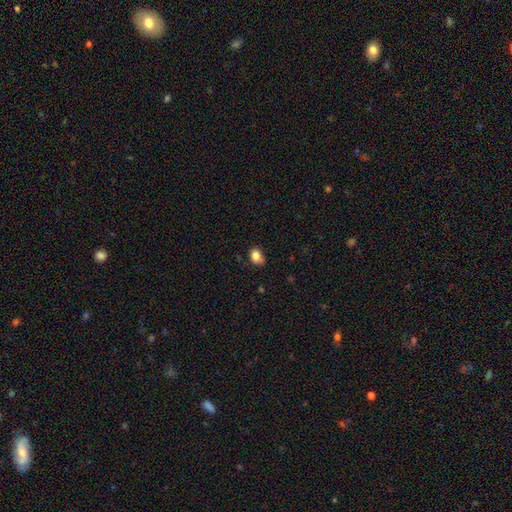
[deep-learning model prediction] smooth 83%, star or artifact 10%, featured or disk 7%. Down the decision tree: how rounded — in between (65%); merging — none (57%).